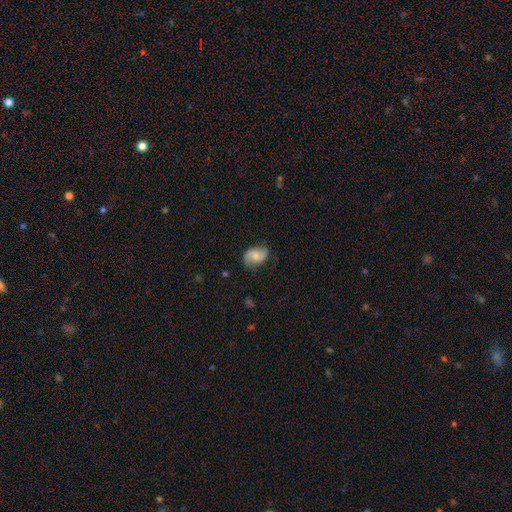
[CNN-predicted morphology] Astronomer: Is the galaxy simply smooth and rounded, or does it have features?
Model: featured or disk — 47% (runner-up: smooth, 45%).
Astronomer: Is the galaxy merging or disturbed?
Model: none — 74%.